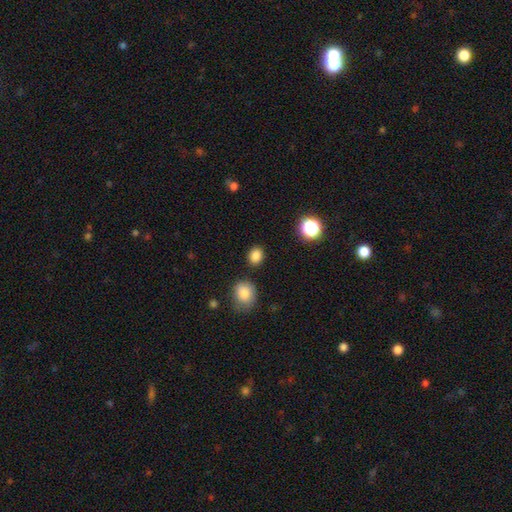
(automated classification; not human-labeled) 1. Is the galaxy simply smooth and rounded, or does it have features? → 84% smooth, 12% star or artifact, 4% featured or disk.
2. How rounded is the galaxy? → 60% round, 39% in between, 1% cigar-shaped.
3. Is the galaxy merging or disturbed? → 85% none, 9% minor disturbance, 4% merger, 3% major disturbance.